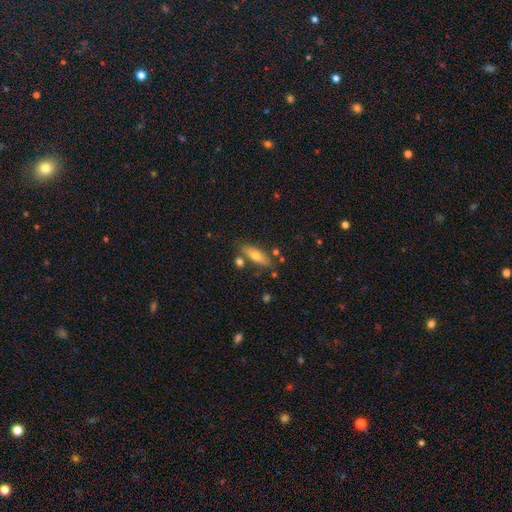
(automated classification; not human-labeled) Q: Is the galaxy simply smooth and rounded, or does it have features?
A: smooth — 63%.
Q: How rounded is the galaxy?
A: in between — 53%.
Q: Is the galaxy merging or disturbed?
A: none — 73%.